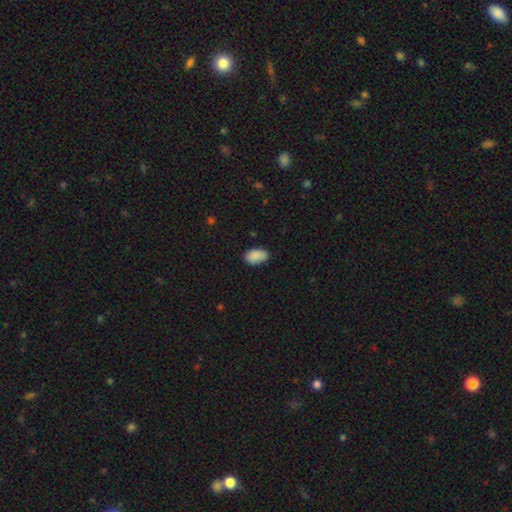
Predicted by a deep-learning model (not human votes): The model was most divided on "merging": none: 81%, minor disturbance: 15%, major disturbance: 2%, merger: 1%. More confident: how rounded — in between (93%); smooth or featured — smooth (89%).